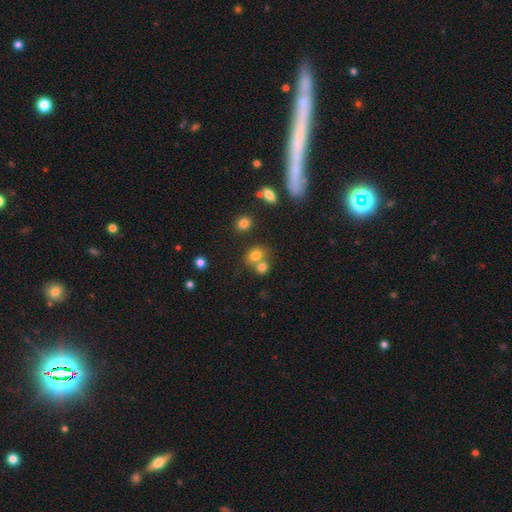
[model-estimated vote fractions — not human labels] smooth_or_featured: smooth (p=0.75) [alt: star or artifact p=0.14]
how_rounded: round (p=0.61) [alt: in between p=0.37]
merging: none (p=0.43) [tied with: merger p=0.43]